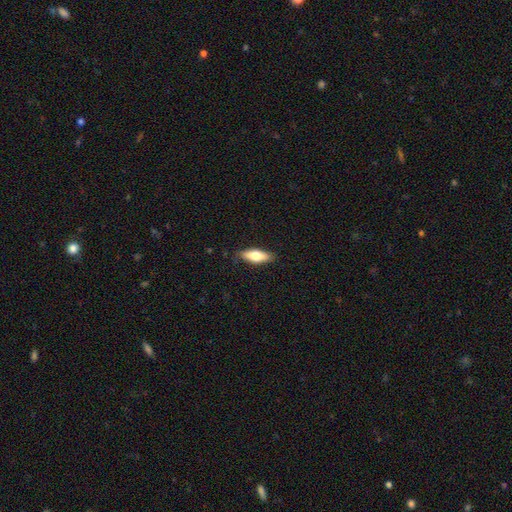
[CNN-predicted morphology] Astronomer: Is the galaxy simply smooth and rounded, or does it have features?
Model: smooth — 68%.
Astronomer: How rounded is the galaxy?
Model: in between — 63%.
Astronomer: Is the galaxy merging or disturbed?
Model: none — 84%.